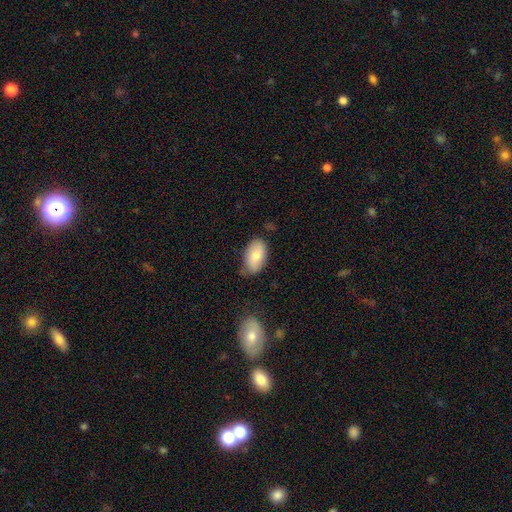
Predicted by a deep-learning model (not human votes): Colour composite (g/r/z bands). It shows a smooth galaxy with no disk features (79%) that is in between round and cigar-shaped (94%). Merging: none (69%).